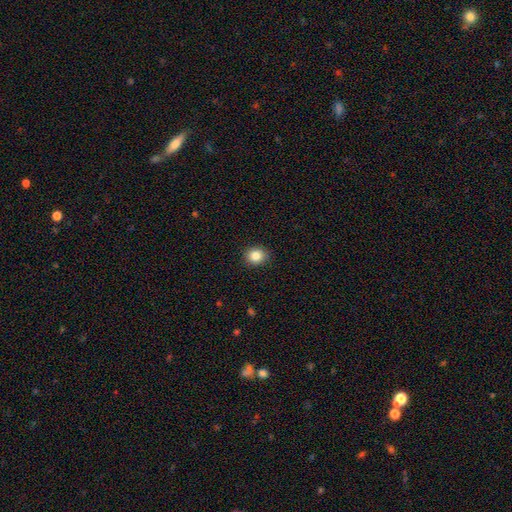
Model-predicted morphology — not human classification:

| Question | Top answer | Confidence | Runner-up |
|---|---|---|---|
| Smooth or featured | smooth | 84% | star or artifact (10%) |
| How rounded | round | 69% | in between (30%) |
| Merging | none | 89% | minor disturbance (8%) |